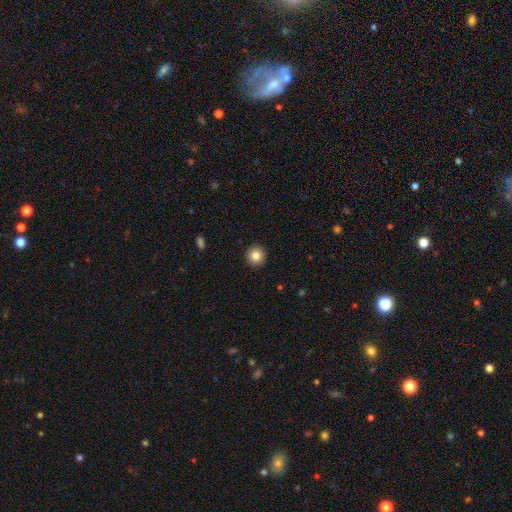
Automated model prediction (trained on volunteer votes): The model was most divided on "smooth or featured": smooth: 84%, star or artifact: 10%, featured or disk: 6%. More confident: how rounded — round (94%); merging — none (93%).